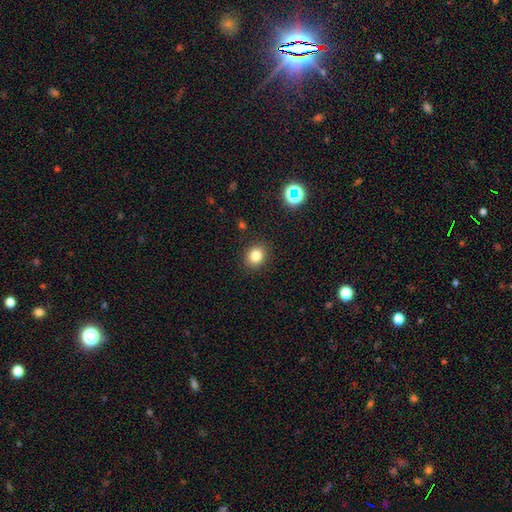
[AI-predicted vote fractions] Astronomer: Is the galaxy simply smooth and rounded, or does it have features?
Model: smooth — 81%.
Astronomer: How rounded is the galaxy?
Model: round — 62%.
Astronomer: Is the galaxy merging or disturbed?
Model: none — 88%.